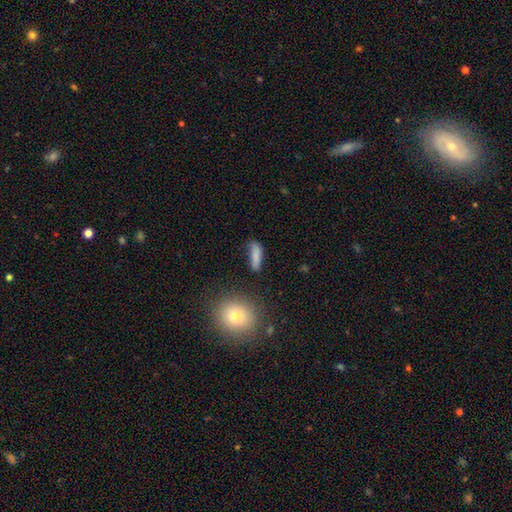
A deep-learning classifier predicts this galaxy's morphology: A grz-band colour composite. It shows a smooth galaxy with no disk features (83%) that is cigar-shaped (51%). Merging: none (67%).